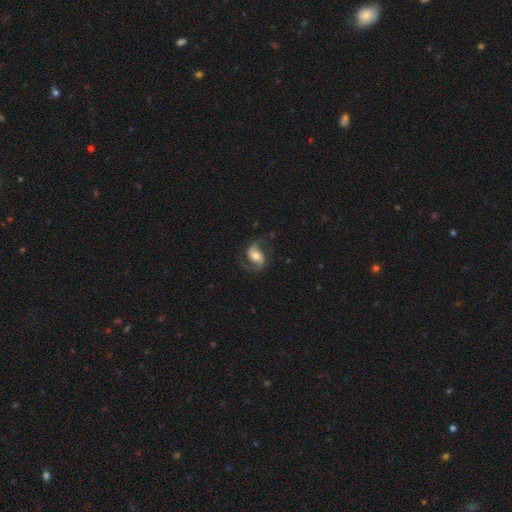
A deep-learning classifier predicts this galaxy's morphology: Smooth or featured?
  - featured or disk: 83% *
  - smooth: 11%
  - star or artifact: 6%
Edge-on disk?
  - no: 97% *
  - yes: 3%
Bar?
  - no: 45% *
  - weak: 37%
  - strong: 18%
Spiral arms?
  - yes: 96% *
  - no: 4%
Spiral winding?
  - medium: 47% *
  - loose: 41%
  - tight: 12%
Spiral arm count?
  - 2: 91% *
  - 1: 3%
  - can't tell: 3%
  - 3: 1%
  - 4: 1%
  - more than 4: 1%
Bulge size?
  - moderate: 62% *
  - small: 18%
  - large: 16%
  - none: 2%
  - dominant: 2%
Merging?
  - none: 72% *
  - minor disturbance: 15%
  - major disturbance: 11%
  - merger: 1%